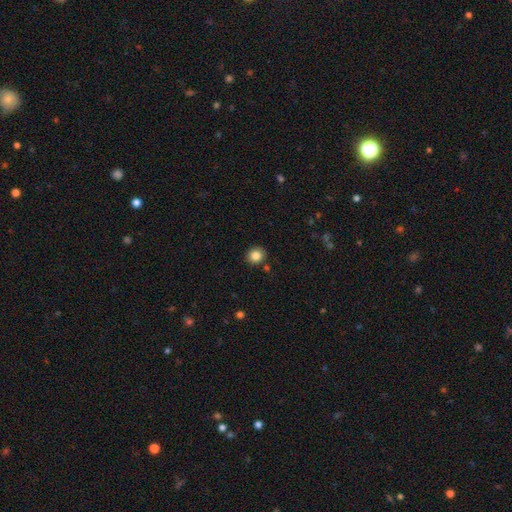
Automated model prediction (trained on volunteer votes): smooth-or-featured: smooth: 83% | star or artifact: 10% | featured or disk: 6%
  how-rounded: round: 79% | in between: 20% | cigar-shaped: 1%
  merging: none: 88% | minor disturbance: 7% | merger: 3% | major disturbance: 2%